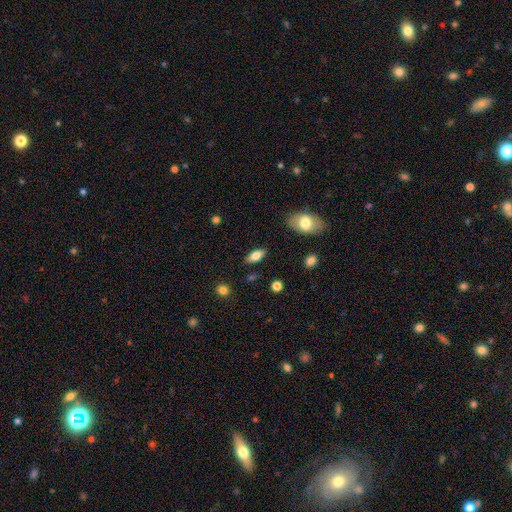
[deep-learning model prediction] smooth-or-featured: smooth: 74% | featured or disk: 18% | star or artifact: 7%
  how-rounded: in between: 84% | cigar-shaped: 13% | round: 3%
  merging: none: 86% | minor disturbance: 10% | major disturbance: 3% | merger: 2%